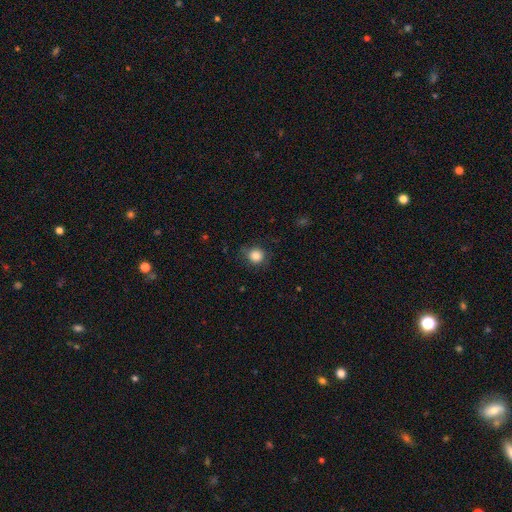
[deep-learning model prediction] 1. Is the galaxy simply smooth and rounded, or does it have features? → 84% smooth, 10% star or artifact, 6% featured or disk.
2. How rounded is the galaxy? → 88% round, 11% in between, 1% cigar-shaped.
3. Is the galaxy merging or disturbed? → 78% none, 16% minor disturbance, 5% major disturbance, 1% merger.